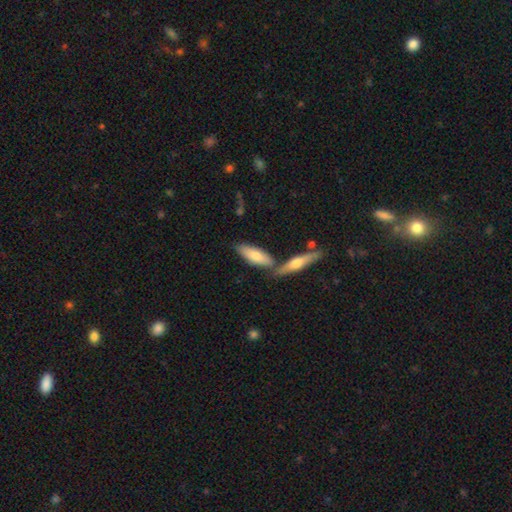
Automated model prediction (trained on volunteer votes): smooth 73%, featured or disk 22%, star or artifact 5%. Down the decision tree: how rounded — in between (58%); merging — none (61%).